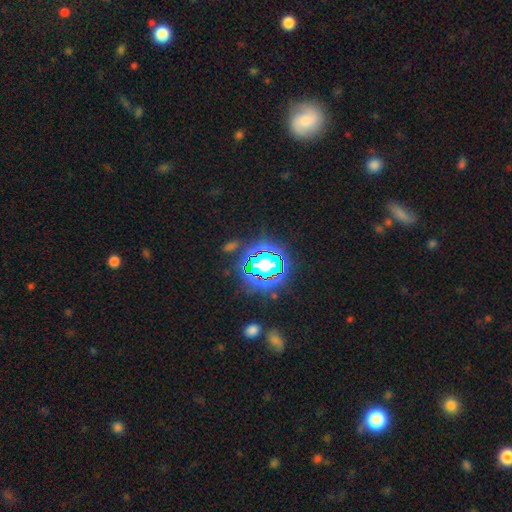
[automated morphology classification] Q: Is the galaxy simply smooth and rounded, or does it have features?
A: star or artifact — 74%.